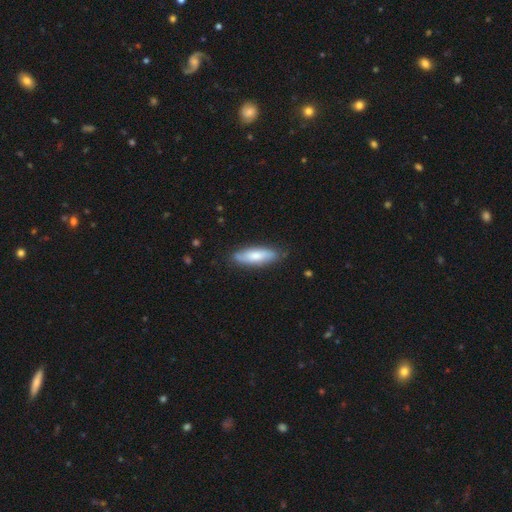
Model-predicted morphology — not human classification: smooth 68%, featured or disk 27%, star or artifact 6%. Down the decision tree: how rounded — in between (49%, tied with cigar-shaped); merging — none (79%).